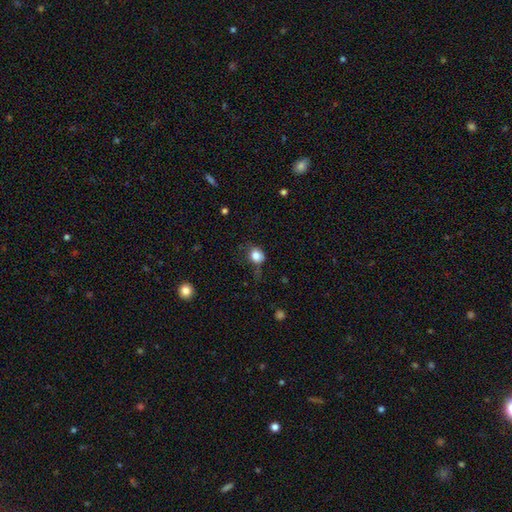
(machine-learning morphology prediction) smooth_or_featured: smooth (p=0.81) [alt: star or artifact p=0.11]
how_rounded: round (p=0.68) [alt: in between p=0.31]
merging: none (p=0.53) [alt: minor disturbance p=0.29]